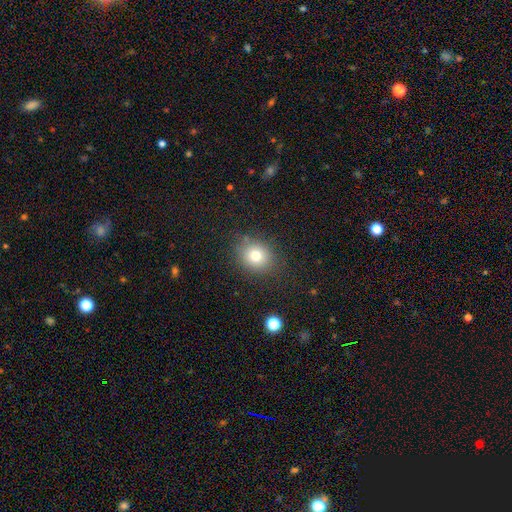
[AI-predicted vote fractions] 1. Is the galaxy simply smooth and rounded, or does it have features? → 77% smooth, 13% star or artifact, 10% featured or disk.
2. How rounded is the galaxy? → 65% round, 34% in between, 1% cigar-shaped.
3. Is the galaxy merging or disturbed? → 81% none, 13% minor disturbance, 4% major disturbance, 2% merger.